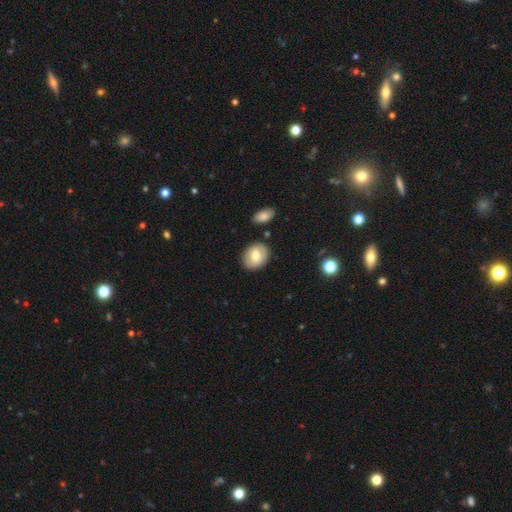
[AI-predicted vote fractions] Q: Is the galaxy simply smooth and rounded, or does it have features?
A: smooth — 66%.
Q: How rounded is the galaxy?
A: in between — 59%.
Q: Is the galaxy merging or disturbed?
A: none — 81%.